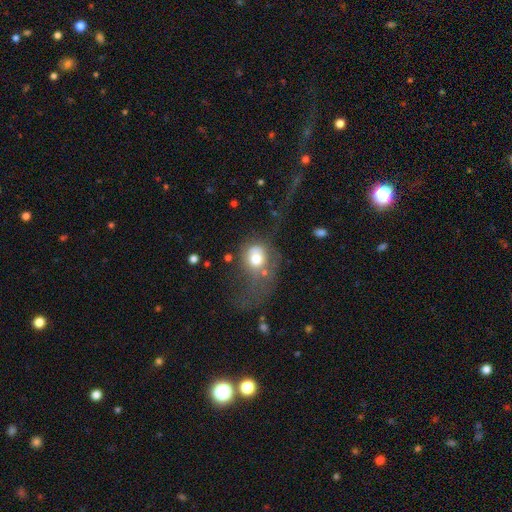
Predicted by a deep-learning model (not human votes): Smooth or featured? smooth (56%)
How rounded? round (61%)
Merging? major disturbance (60%)